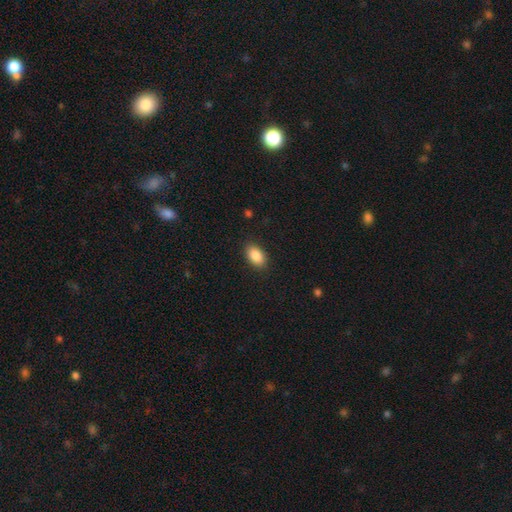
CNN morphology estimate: Smooth or featured?
  - smooth: 89% *
  - star or artifact: 7%
  - featured or disk: 4%
How rounded?
  - in between: 91% *
  - round: 7%
  - cigar-shaped: 2%
Merging?
  - none: 88% *
  - minor disturbance: 9%
  - major disturbance: 2%
  - merger: 1%